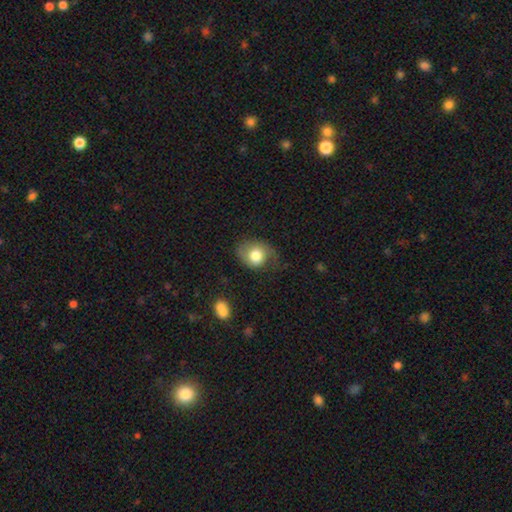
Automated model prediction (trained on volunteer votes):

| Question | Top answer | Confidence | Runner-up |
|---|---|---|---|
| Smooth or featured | smooth | 71% | featured or disk (21%) |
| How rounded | round | 61% | in between (38%) |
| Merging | none | 50% | minor disturbance (31%) |